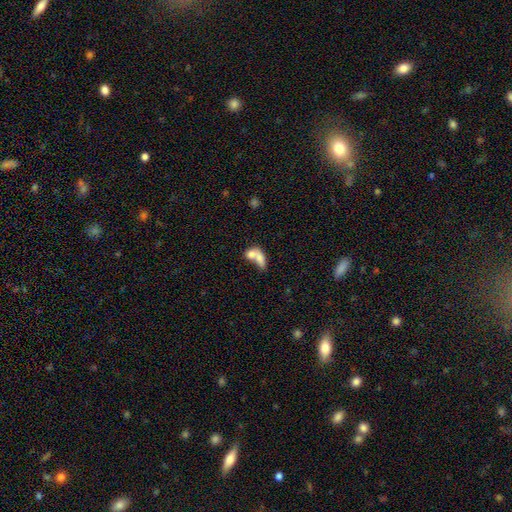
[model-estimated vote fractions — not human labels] smooth 70%, featured or disk 21%, star or artifact 9%. Down the decision tree: how rounded — in between (71%); merging — merger (68%).